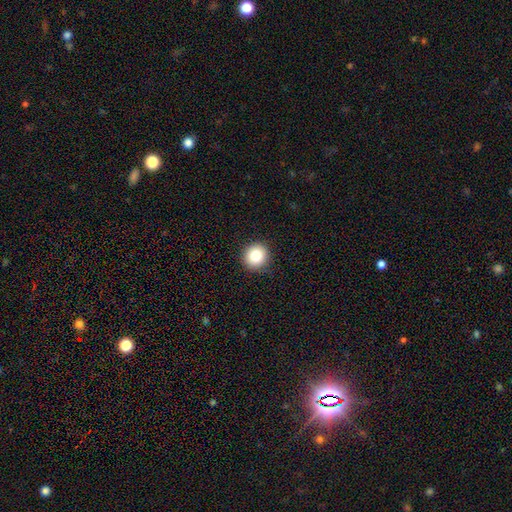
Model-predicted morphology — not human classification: Smooth or featured? smooth (83%)
How rounded? round (91%)
Merging? none (92%)